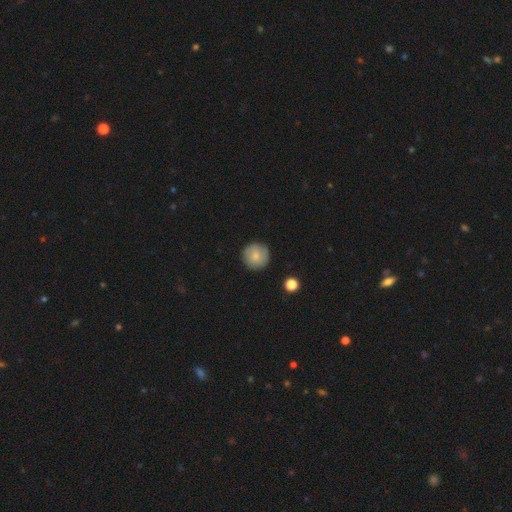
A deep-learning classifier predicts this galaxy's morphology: Smooth or featured: smooth — 80% (featured or disk — 13%)
How rounded: round — 96% (in between — 3%)
Merging: none — 88% (minor disturbance — 9%)